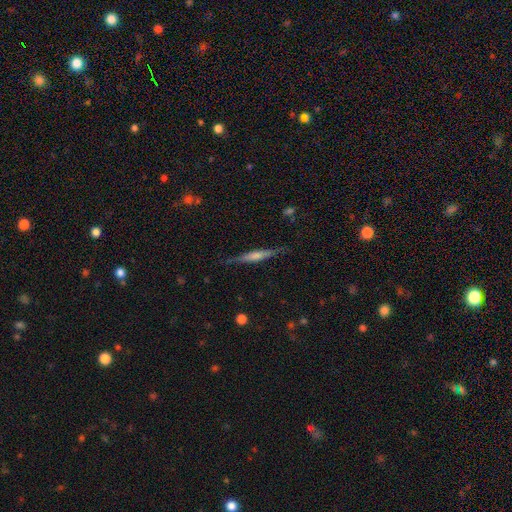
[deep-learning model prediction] Smooth or featured? Predicted: featured or disk (p=0.51). Edge-on disk? Predicted: yes (p=0.96). Merging? Predicted: none (p=0.83).